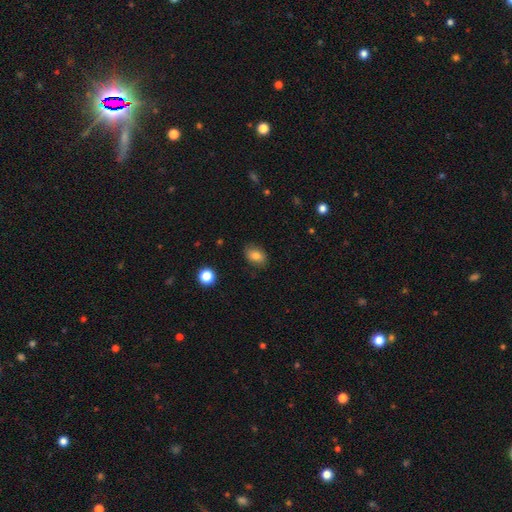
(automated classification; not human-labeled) Smooth or featured? smooth (81%)
How rounded? in between (78%)
Merging? none (83%)